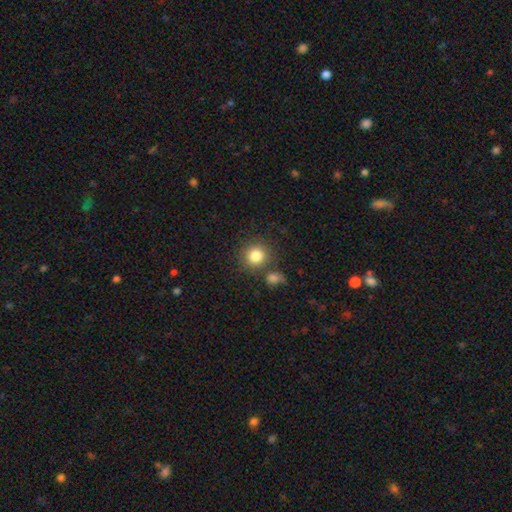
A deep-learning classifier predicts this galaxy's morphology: Smooth or featured?
  - smooth: 83% *
  - star or artifact: 10%
  - featured or disk: 7%
How rounded?
  - round: 90% *
  - in between: 9%
  - cigar-shaped: 1%
Merging?
  - none: 76% *
  - merger: 11%
  - minor disturbance: 9%
  - major disturbance: 4%